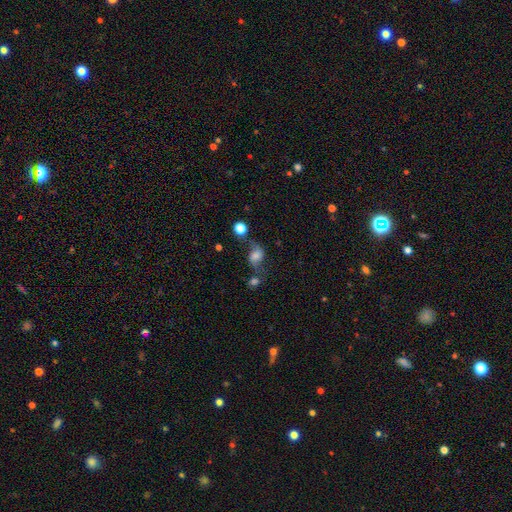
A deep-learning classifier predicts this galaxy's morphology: smooth_or_featured: featured or disk (p=0.48) [alt: smooth p=0.38]
merging: none (p=0.47) [alt: minor disturbance p=0.21]